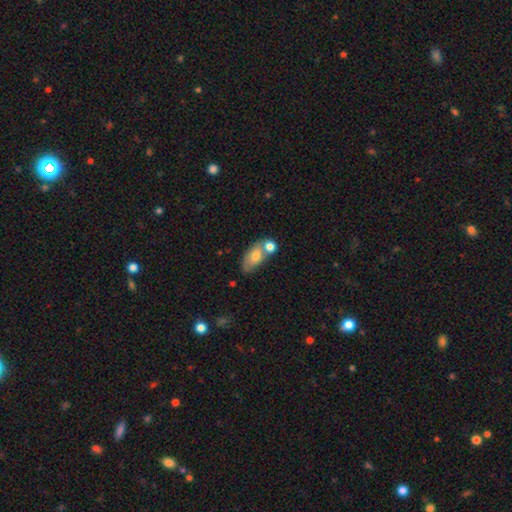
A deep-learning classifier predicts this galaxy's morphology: smooth-or-featured: smooth: 70% | featured or disk: 23% | star or artifact: 7%
  how-rounded: in between: 87% | round: 8% | cigar-shaped: 6%
  merging: merger: 40% (tied) | none: 40% (tied) | minor disturbance: 15% | major disturbance: 5%